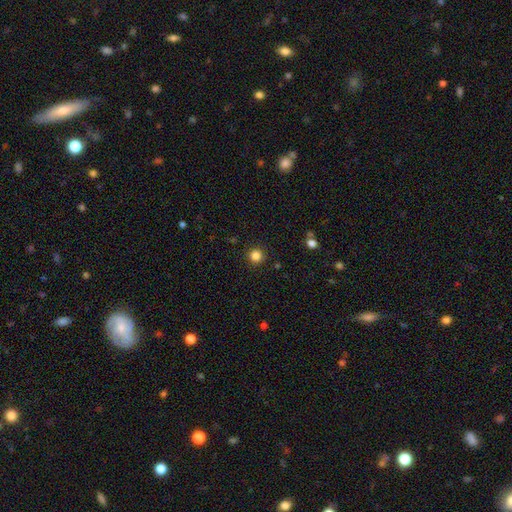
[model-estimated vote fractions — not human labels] Smooth or featured?
  - smooth: 84% *
  - star or artifact: 12%
  - featured or disk: 4%
How rounded?
  - round: 95% *
  - in between: 4%
  - cigar-shaped: 1%
Merging?
  - none: 92% *
  - minor disturbance: 5%
  - major disturbance: 2%
  - merger: 1%